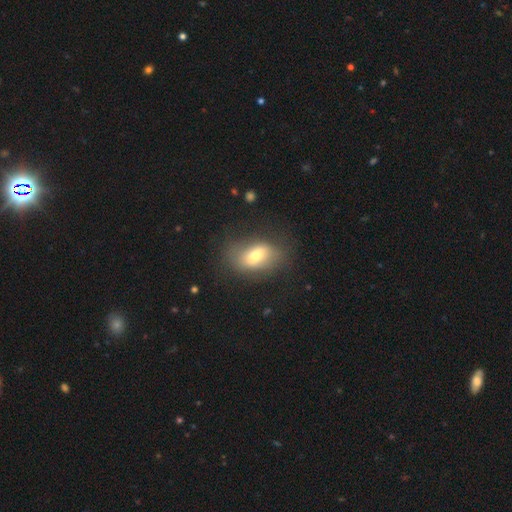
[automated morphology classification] type=smooth (61%); roundness=in between (83%); merging=none (66%).